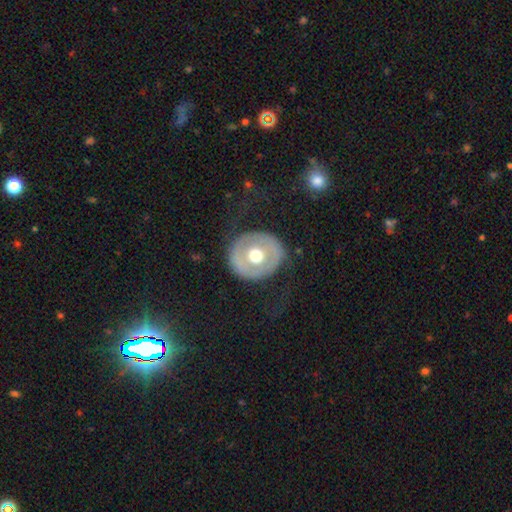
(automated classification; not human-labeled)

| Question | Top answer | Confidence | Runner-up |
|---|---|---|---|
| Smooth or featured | featured or disk | 49% | smooth (45%) |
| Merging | none | 74% | minor disturbance (13%) |